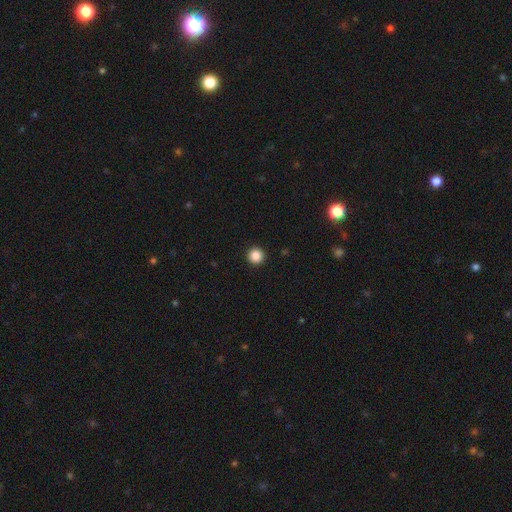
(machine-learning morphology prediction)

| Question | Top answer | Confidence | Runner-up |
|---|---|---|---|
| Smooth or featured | smooth | 87% | star or artifact (10%) |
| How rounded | round | 96% | in between (3%) |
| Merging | none | 94% | minor disturbance (4%) |